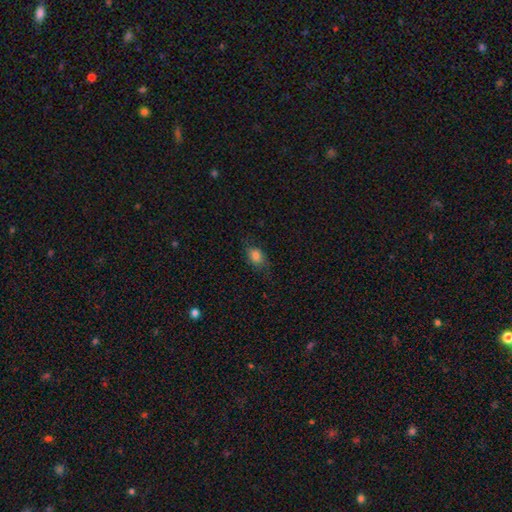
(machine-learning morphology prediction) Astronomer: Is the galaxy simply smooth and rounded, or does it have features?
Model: smooth — 80%.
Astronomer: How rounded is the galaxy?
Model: in between — 69%.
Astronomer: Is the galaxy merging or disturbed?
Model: none — 67%.